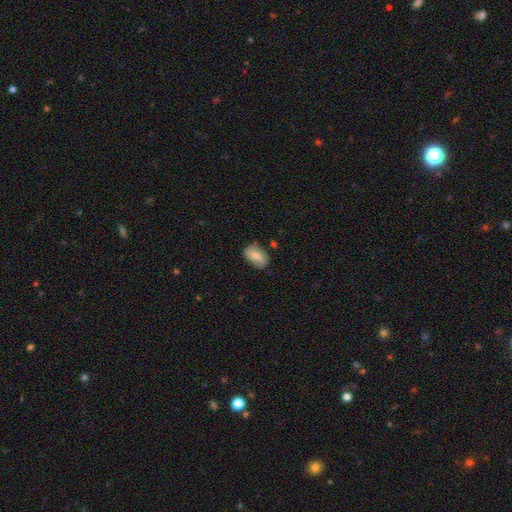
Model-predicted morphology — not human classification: Smooth or featured: smooth — 64% (featured or disk — 28%)
How rounded: in between — 88% (round — 10%)
Merging: none — 70% (minor disturbance — 23%)